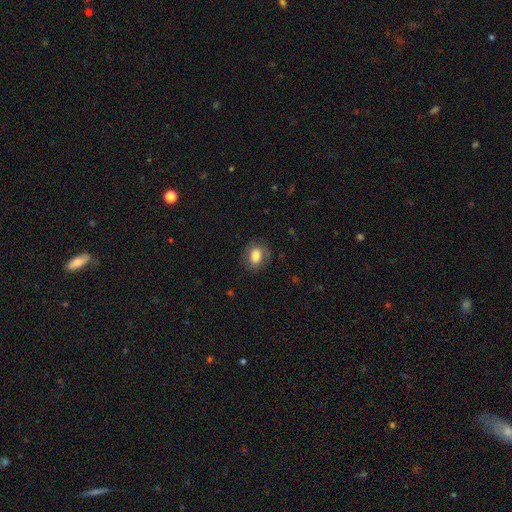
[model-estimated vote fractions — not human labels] smooth_or_featured: smooth (p=0.74) [alt: featured or disk p=0.17]
how_rounded: in between (p=0.60) [alt: round p=0.39]
merging: none (p=0.76) [alt: minor disturbance p=0.16]